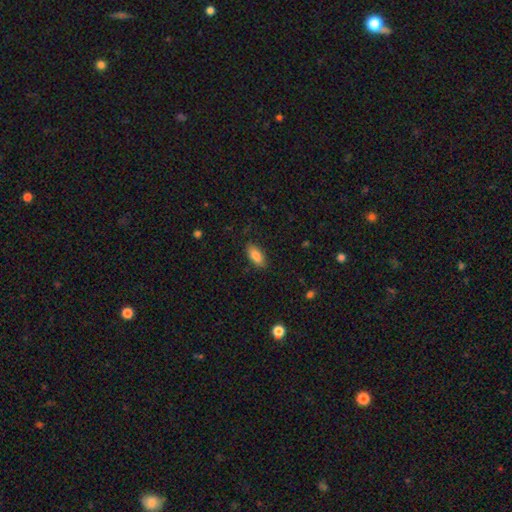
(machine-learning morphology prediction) Overall: smooth (84%). How rounded: in between (85%). Merging: none (85%).